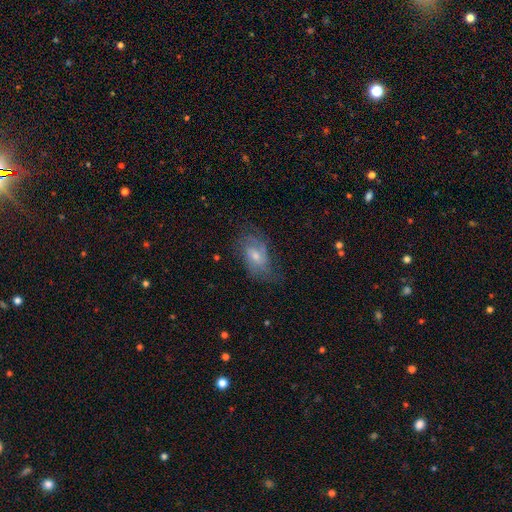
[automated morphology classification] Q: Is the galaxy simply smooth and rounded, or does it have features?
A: featured or disk — 64%.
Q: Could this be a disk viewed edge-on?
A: no — 95%.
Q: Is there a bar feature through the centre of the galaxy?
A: no — 54%.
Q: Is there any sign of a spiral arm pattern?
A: yes — 84%.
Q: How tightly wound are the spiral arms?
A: medium — 42%.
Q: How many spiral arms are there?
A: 2 — 40%.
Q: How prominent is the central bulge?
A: moderate — 46%, tied with small.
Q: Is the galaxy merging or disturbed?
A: none — 60%.